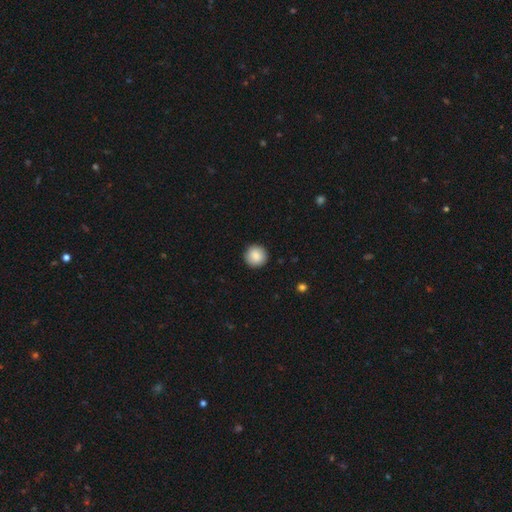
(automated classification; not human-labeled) Smooth or featured? smooth (89%)
How rounded? round (95%)
Merging? none (92%)